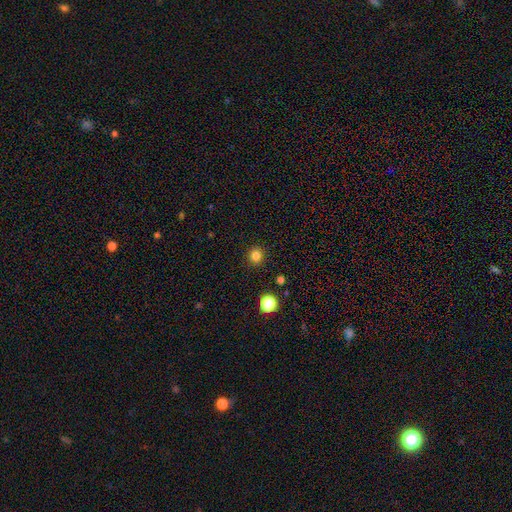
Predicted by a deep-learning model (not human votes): Morphology: type=smooth (82%); roundness=round (91%); merging=none (91%).